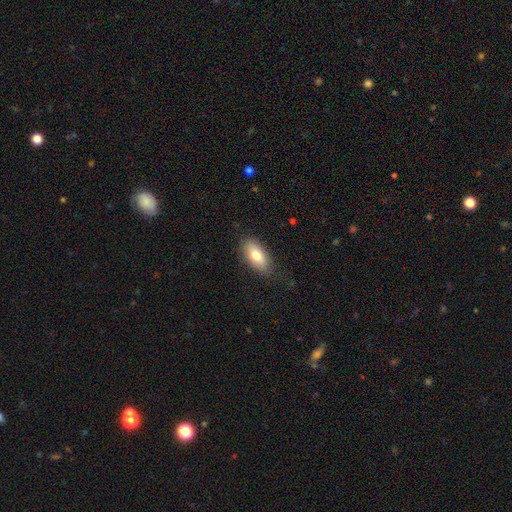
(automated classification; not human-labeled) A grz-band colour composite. It shows a smooth galaxy with no disk features (77%) that is in between round and cigar-shaped (87%). Merging: none (81%).